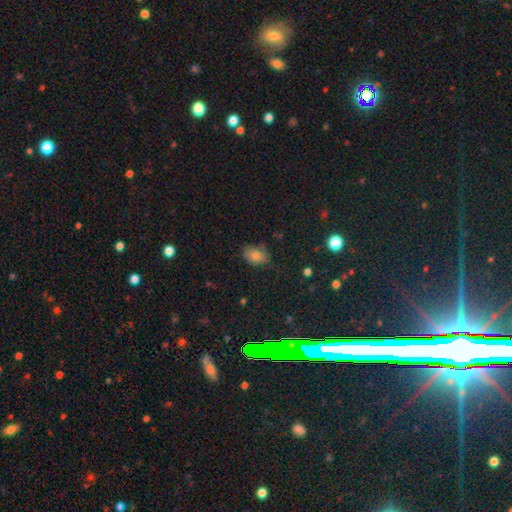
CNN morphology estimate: Smooth or featured? Predicted: smooth (p=0.76). How rounded? Predicted: in between (p=0.76). Merging? Predicted: none (p=0.70).